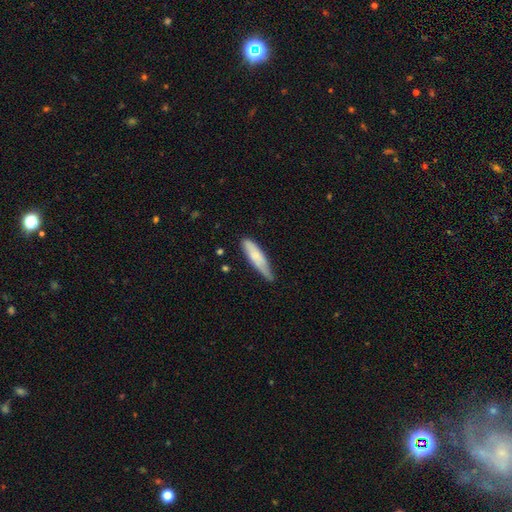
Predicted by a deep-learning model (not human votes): Smooth or featured? smooth (70%)
How rounded? cigar-shaped (75%)
Merging? none (52%)